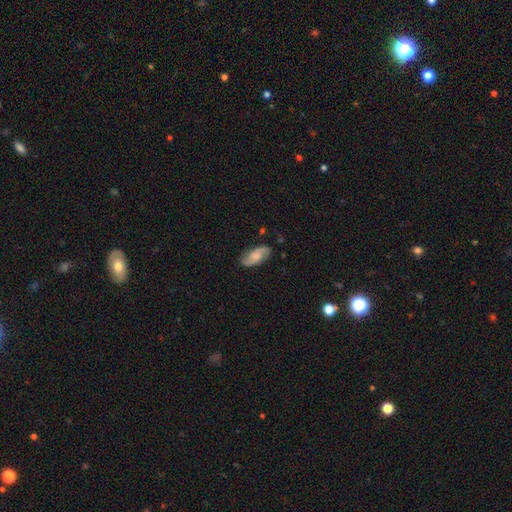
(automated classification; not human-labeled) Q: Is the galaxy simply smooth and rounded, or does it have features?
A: featured or disk — 55%.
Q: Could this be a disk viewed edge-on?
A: no — 94%.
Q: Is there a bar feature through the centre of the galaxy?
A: no — 56%.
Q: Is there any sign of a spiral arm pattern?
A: yes — 92%.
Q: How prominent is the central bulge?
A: moderate — 30%, tied with small.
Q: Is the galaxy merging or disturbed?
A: none — 81%.